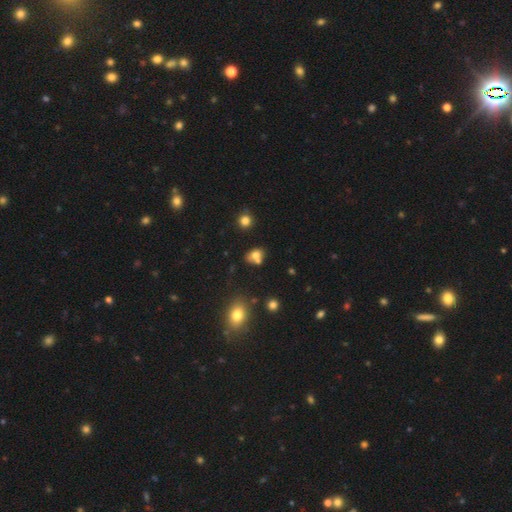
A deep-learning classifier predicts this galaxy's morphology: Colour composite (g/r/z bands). It shows a smooth galaxy with no disk features (71%) that is in between round and cigar-shaped (54%). Merging: merger (41%, tied with none).